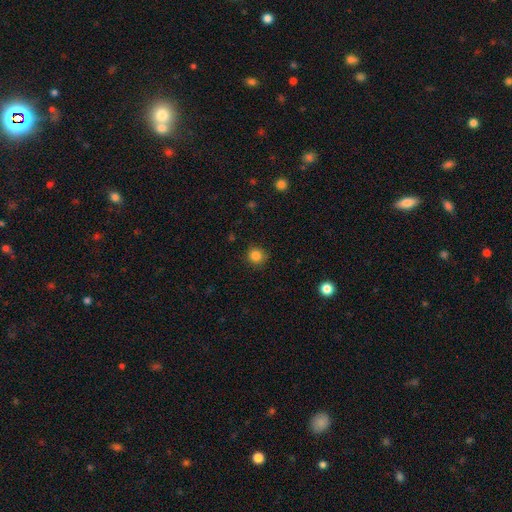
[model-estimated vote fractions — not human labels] The model was most divided on "smooth or featured": smooth: 85%, star or artifact: 11%, featured or disk: 4%. More confident: how rounded — round (91%); merging — none (86%).